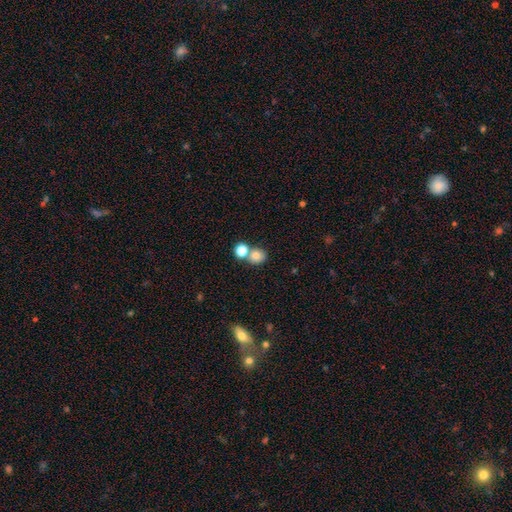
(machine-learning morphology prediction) This appears to be a smooth galaxy with no disk features (78%) that is round (75%). Merging: none (52%).